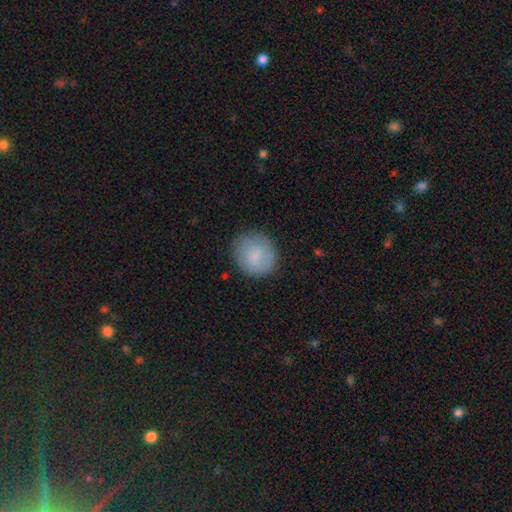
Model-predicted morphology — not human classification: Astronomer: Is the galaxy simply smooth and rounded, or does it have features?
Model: smooth — 81%.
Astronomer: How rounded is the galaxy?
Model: round — 79%.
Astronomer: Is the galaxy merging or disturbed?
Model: none — 80%.